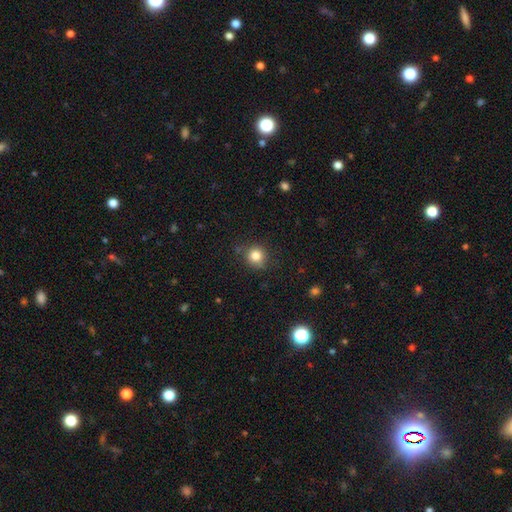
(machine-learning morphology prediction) Smooth or featured: smooth — 83% (star or artifact — 12%)
How rounded: round — 90% (in between — 9%)
Merging: none — 83% (minor disturbance — 12%)